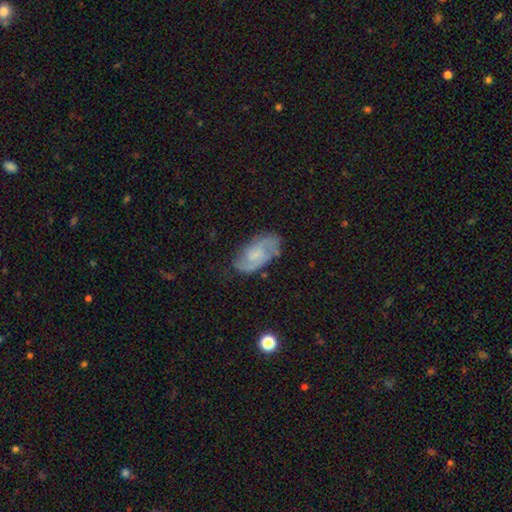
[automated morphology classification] smooth_or_featured: featured or disk (p=0.73) [alt: smooth p=0.21]
disk_edge_on: no (p=0.96) [alt: yes p=0.04]
bar: no (p=0.52) [alt: weak p=0.41]
has_spiral_arms: yes (p=0.93) [alt: no p=0.07]
spiral_winding: medium (p=0.50) [alt: tight p=0.30]
spiral_arm_count: 2 (p=0.79) [alt: can't tell p=0.11]
bulge_size: small (p=0.43) [alt: none p=0.29]
merging: none (p=0.74) [alt: minor disturbance p=0.18]